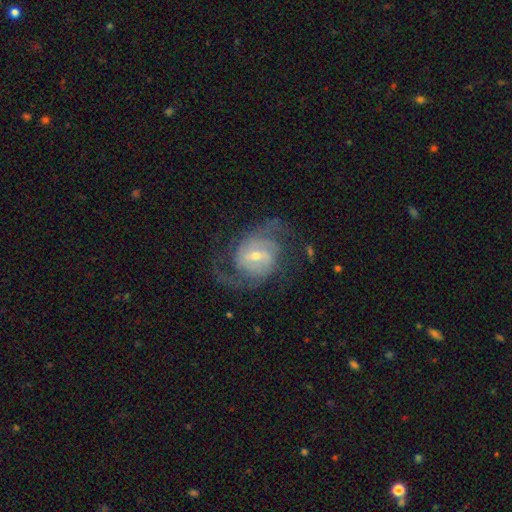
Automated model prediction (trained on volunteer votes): This is clearly a featured or disk galaxy (88%). It is clearly not viewed edge-on (97%). Bar: possibly weak (53%). Spiral arm pattern: clearly yes (96%). Spiral arm count: likely 2 (73%). Spiral winding: possibly medium (50%). Central bulge: possibly small (53%). Merging: likely none (69%).